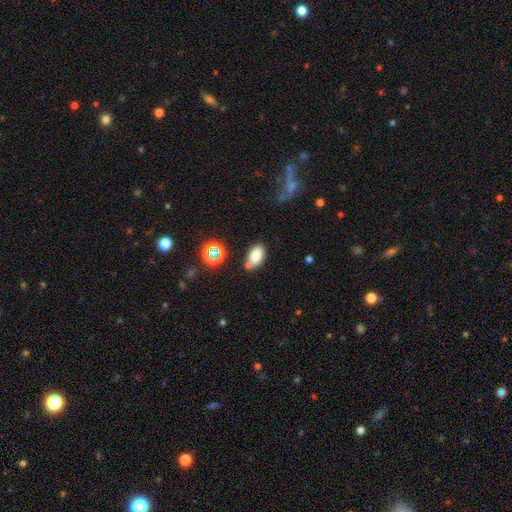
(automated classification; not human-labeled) Q: Smooth or featured?
A: smooth (79%); runner-up: star or artifact (13%)
Q: How rounded?
A: in between (89%); runner-up: round (8%)
Q: Merging?
A: none (64%); runner-up: minor disturbance (16%)